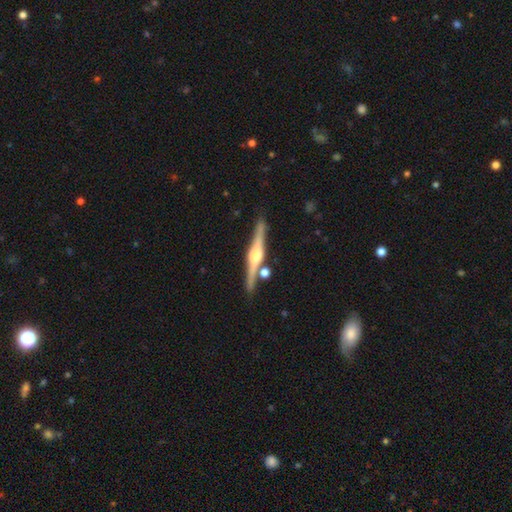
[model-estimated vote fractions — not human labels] Overall: featured or disk (82%). Edge-on disk: yes (98%). Edge-on bulge: rounded (87%). Merging: none (84%).